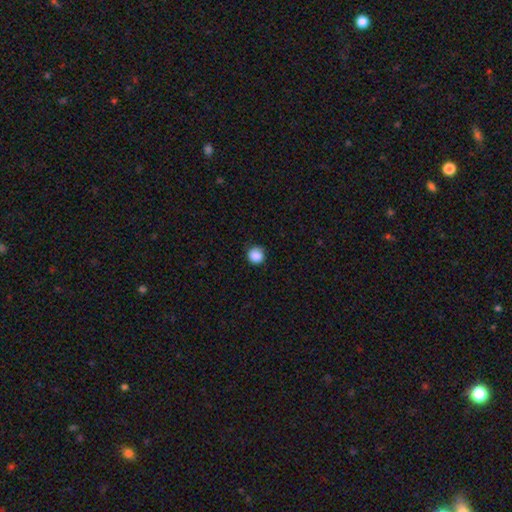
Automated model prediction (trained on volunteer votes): This is clearly a smooth galaxy (88%). How rounded: clearly round (94%). Merging: clearly none (86%).